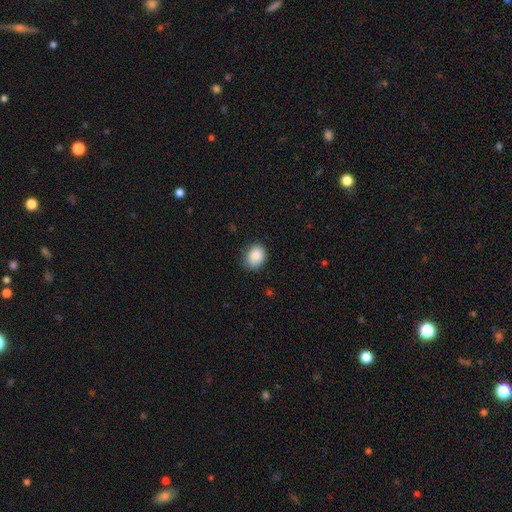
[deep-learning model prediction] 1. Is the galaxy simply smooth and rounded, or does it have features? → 88% smooth, 8% star or artifact, 5% featured or disk.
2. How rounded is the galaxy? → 53% in between, 46% round, 1% cigar-shaped.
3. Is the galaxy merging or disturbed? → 77% none, 18% minor disturbance, 3% major disturbance, 1% merger.